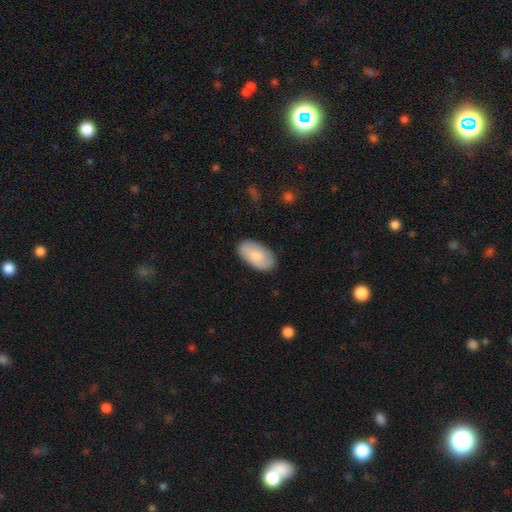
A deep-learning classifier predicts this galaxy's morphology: type=smooth (79%); roundness=in between (95%); merging=none (84%).